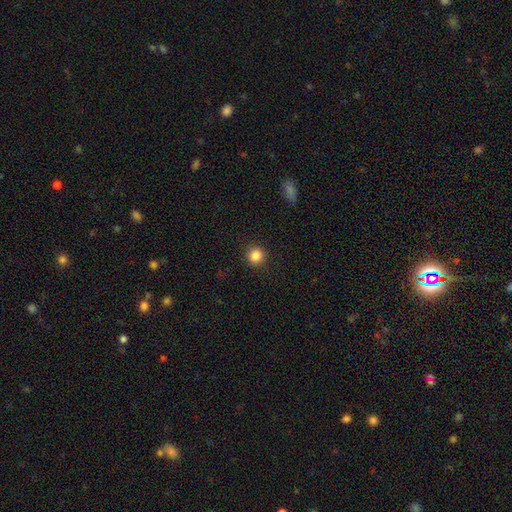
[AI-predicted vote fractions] A smooth galaxy with no disk features (86%) that is round (92%). Merging: none (91%).